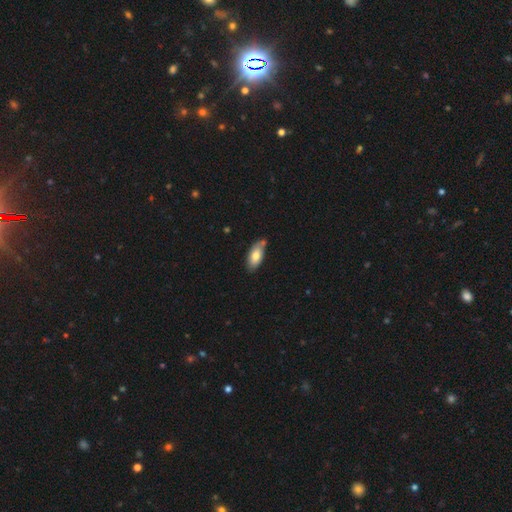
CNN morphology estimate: Smooth or featured? Predicted: smooth (p=0.74). How rounded? Predicted: in between (p=0.88). Merging? Predicted: none (p=0.66).